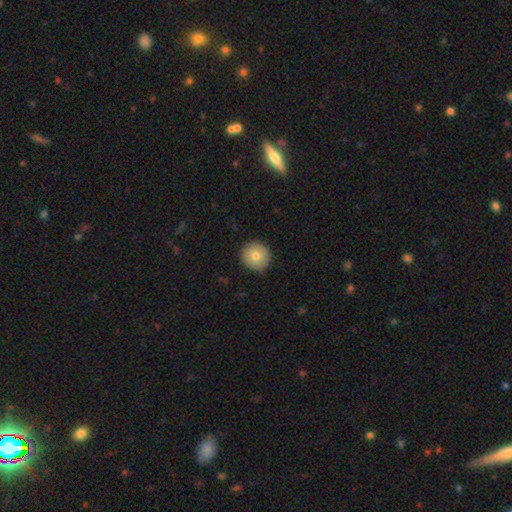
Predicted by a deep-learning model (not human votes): Smooth or featured?
  - smooth: 78% *
  - featured or disk: 14%
  - star or artifact: 8%
How rounded?
  - round: 93% *
  - in between: 6%
  - cigar-shaped: 1%
Merging?
  - none: 87% *
  - minor disturbance: 10%
  - major disturbance: 2%
  - merger: 1%